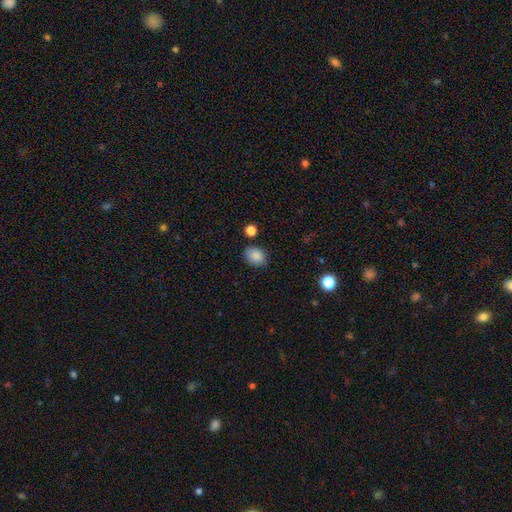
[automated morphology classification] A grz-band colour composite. It shows a smooth galaxy with no disk features (87%) that is in between round and cigar-shaped (55%). Merging: none (79%).